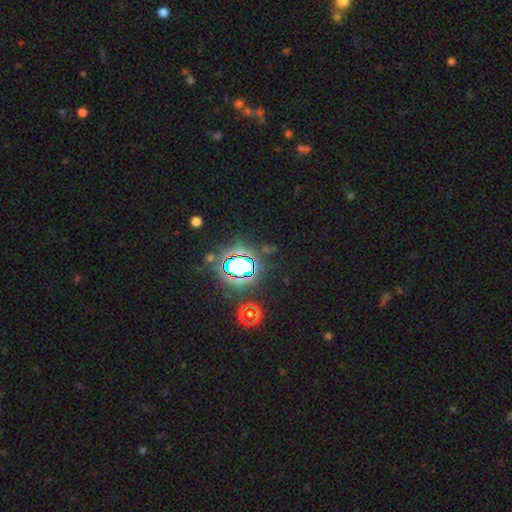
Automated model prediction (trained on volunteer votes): A star or artifact, not a galaxy (82%).

Vote fractions:
- Smooth or featured? star or artifact: 82% / smooth: 11% / featured or disk: 7%